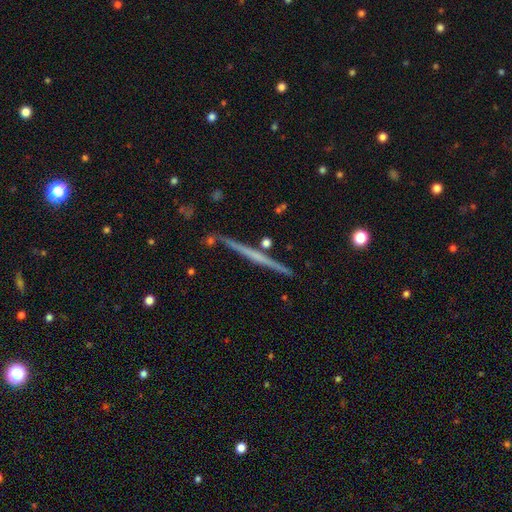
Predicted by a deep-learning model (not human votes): Smooth or featured? featured or disk (69%)
Edge-on disk? yes (98%)
Edge-on bulge? none (73%)
Merging? none (89%)